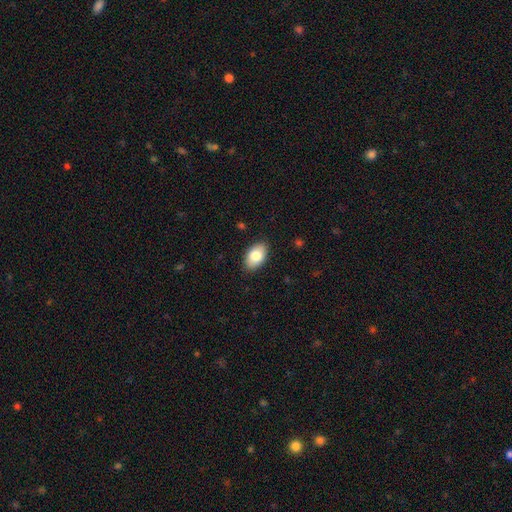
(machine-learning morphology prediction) A smooth galaxy with no disk features (82%) that is in between round and cigar-shaped (92%). Merging: none (88%).